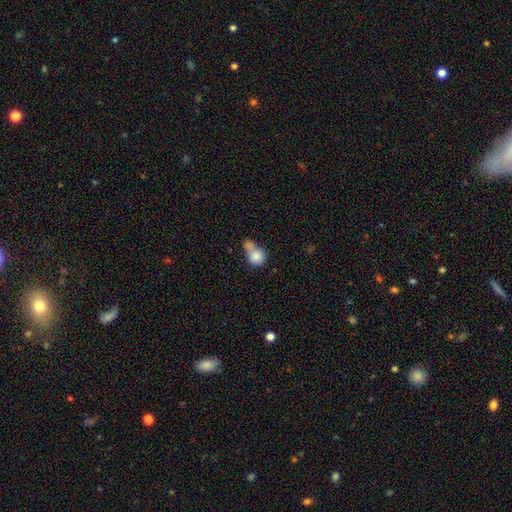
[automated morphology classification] Smooth or featured? Predicted: smooth (p=0.81). How rounded? Predicted: round (p=0.75). Merging? Predicted: merger (p=0.58).